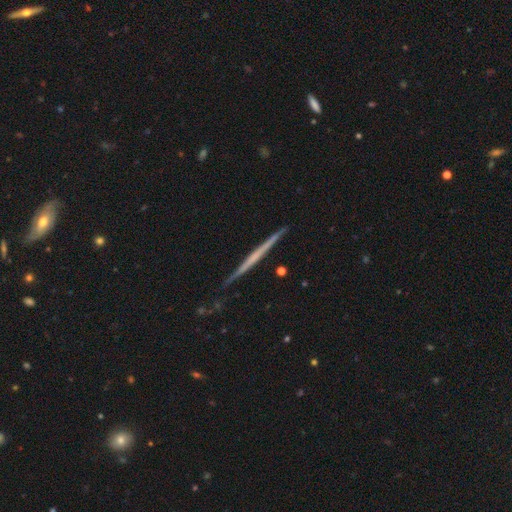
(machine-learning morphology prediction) Smooth or featured? Predicted: featured or disk (p=0.66). Edge-on disk? Predicted: yes (p=0.98). Edge-on bulge? Predicted: none (p=0.85). Merging? Predicted: none (p=0.86).